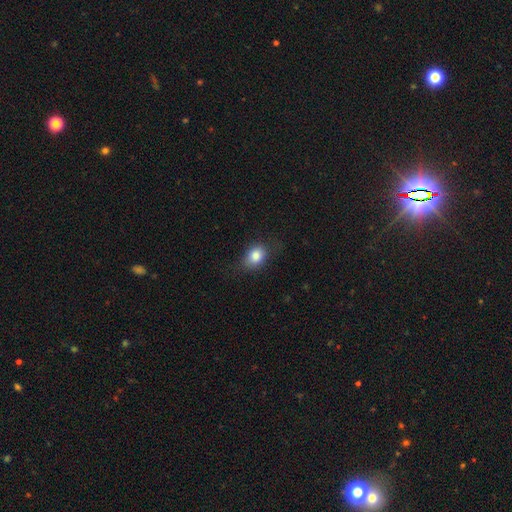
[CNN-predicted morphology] A smooth galaxy with no disk features (83%) that is in between round and cigar-shaped (67%).

Vote fractions:
- Smooth or featured? smooth: 83% / star or artifact: 9% / featured or disk: 9%
- How rounded? in between: 67% / round: 32% / cigar-shaped: 2%
- Merging? none: 70% / minor disturbance: 22% / major disturbance: 7% / merger: 1%